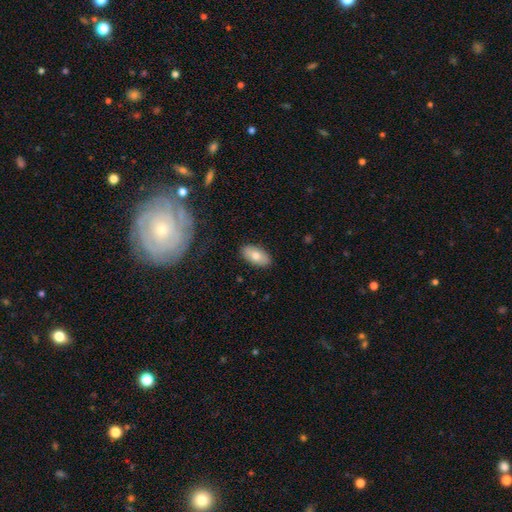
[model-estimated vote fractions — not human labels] Smooth or featured?
  - smooth: 72% *
  - featured or disk: 21%
  - star or artifact: 7%
How rounded?
  - in between: 92% *
  - cigar-shaped: 4%
  - round: 3%
Merging?
  - none: 87% *
  - minor disturbance: 10%
  - major disturbance: 2%
  - merger: 1%